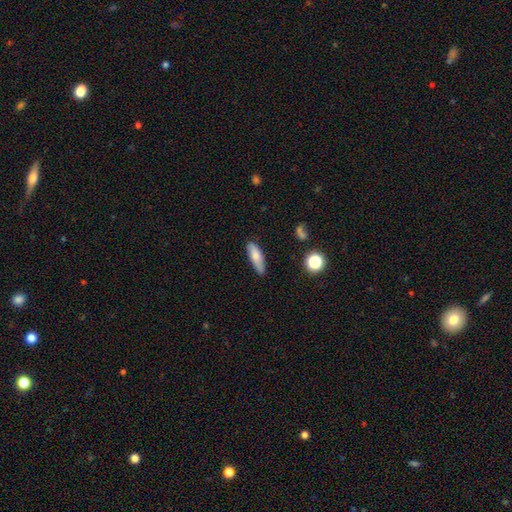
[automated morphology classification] Overall: smooth (72%). How rounded: cigar-shaped (50%; in between 47%). Merging: none (72%).